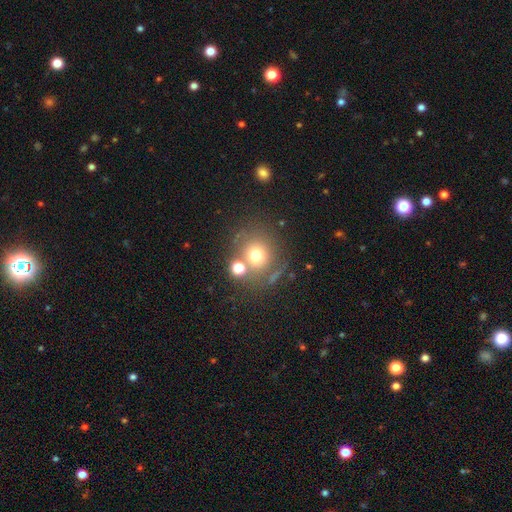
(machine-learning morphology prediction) The model was most divided on "merging": none: 65%, merger: 18%, minor disturbance: 11%, major disturbance: 6%. More confident: how rounded — round (88%); smooth or featured — smooth (68%).